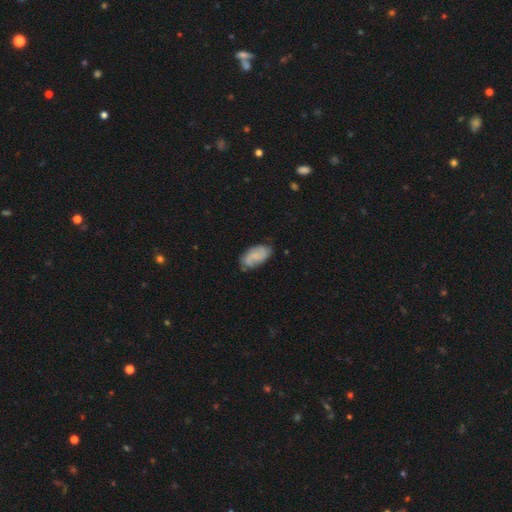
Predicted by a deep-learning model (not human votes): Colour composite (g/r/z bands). It shows a smooth galaxy with no disk features (48%). Merging: none (70%).